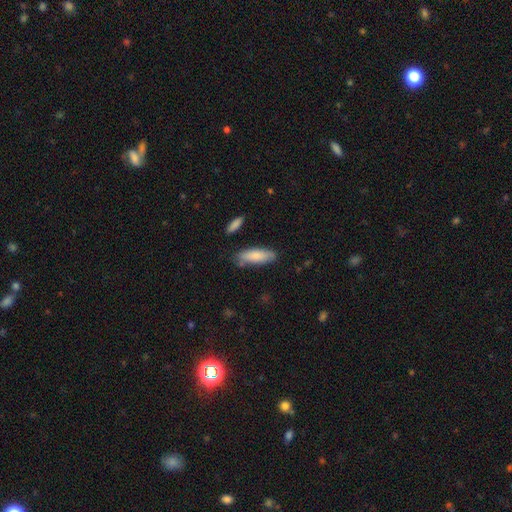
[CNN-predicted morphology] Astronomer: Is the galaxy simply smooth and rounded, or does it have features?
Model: smooth — 82%.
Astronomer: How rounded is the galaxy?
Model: in between — 55% (runner-up: cigar-shaped, 44%).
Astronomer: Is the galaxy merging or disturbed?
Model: none — 73%.